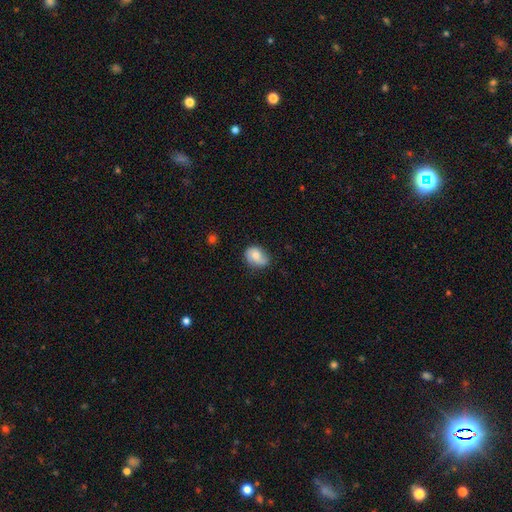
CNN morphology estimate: Overall: smooth (56%; featured or disk 36%). How rounded: in between (60%; round 39%). Merging: none (64%; minor disturbance 27%).